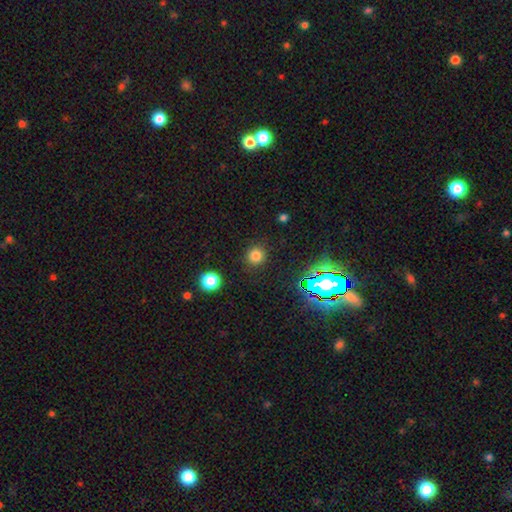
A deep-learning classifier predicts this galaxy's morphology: The model was most divided on "smooth or featured": smooth: 77%, star or artifact: 18%, featured or disk: 5%. More confident: how rounded — round (93%); merging — none (90%).